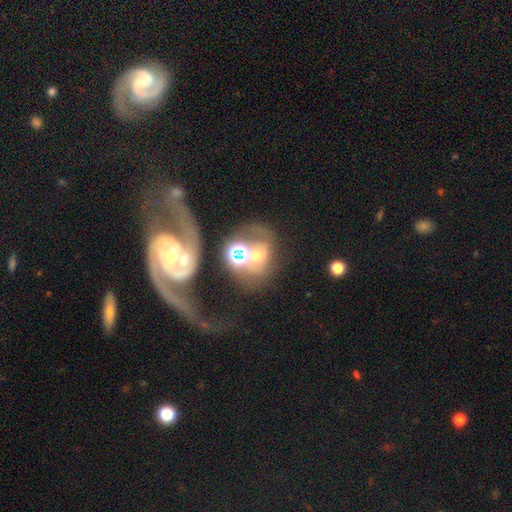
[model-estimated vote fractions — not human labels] featured or disk 50%, smooth 33%, star or artifact 17%. Down the decision tree: merging — merger (42%).